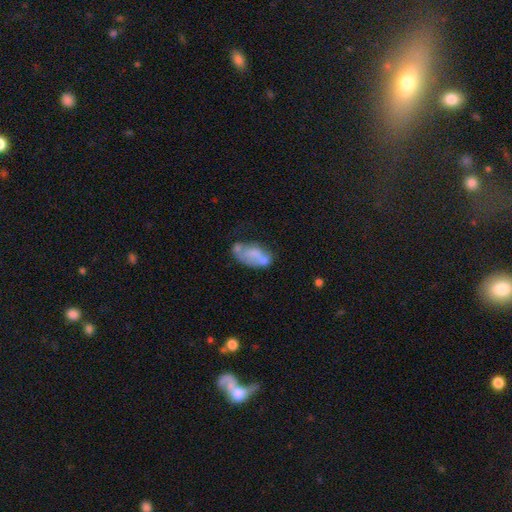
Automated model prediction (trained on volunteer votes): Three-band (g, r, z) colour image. It shows a smooth galaxy with no disk features (52%) that is in between round and cigar-shaped (92%). Merging: none (31%).